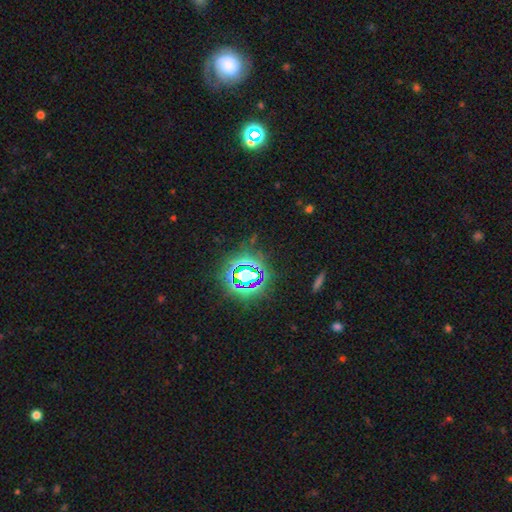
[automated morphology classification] A star or artifact, not a galaxy (80%).